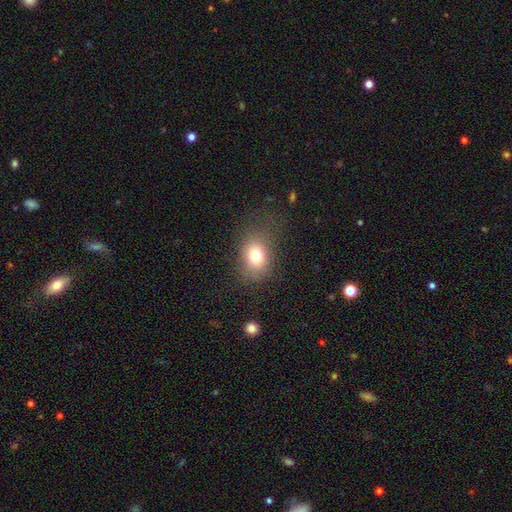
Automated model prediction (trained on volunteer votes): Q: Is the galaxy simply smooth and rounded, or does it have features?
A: smooth — 76%.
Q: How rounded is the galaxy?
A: in between — 62%.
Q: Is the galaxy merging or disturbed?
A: none — 72%.